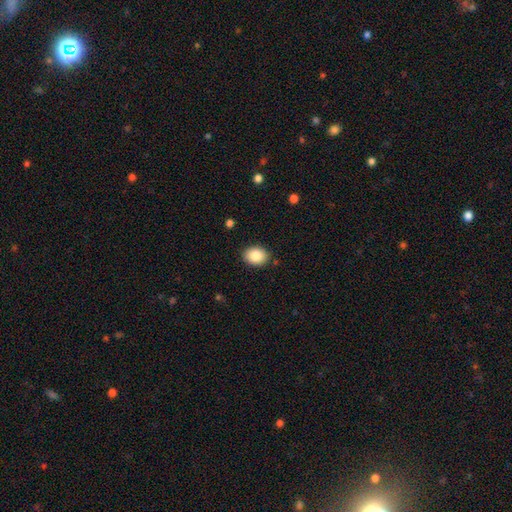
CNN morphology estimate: The model was most divided on "how rounded": in between: 57%, round: 43%, cigar-shaped: 1%. More confident: merging — none (88%); smooth or featured — smooth (85%).